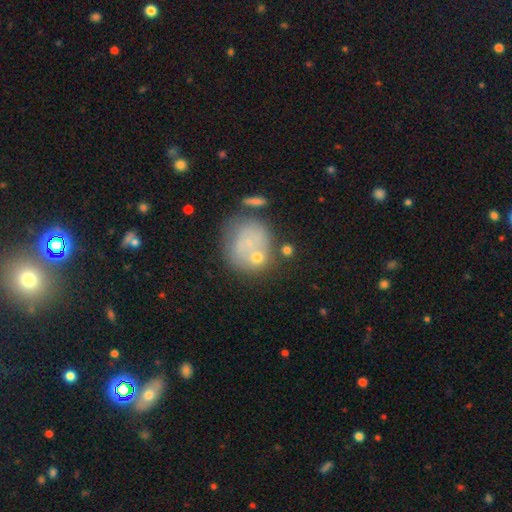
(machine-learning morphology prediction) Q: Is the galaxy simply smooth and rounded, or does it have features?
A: smooth — 55%.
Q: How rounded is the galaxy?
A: round — 78%.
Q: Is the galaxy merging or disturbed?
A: none — 46%.